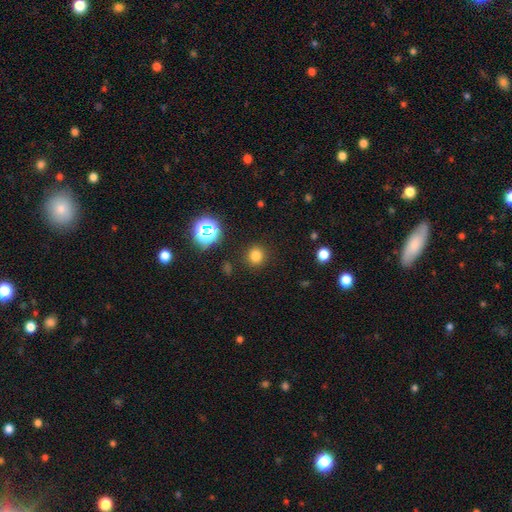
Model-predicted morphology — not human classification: The model was most divided on "smooth or featured": smooth: 76%, star or artifact: 18%, featured or disk: 5%. More confident: merging — none (88%); how rounded — round (85%).